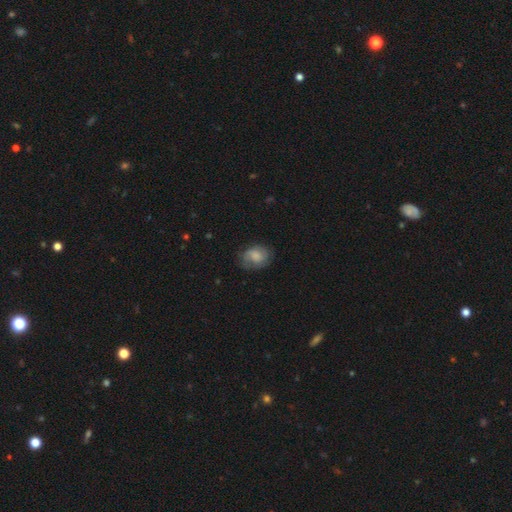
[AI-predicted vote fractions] Overall: smooth (67%). How rounded: in between (56%; round 43%). Merging: none (65%).